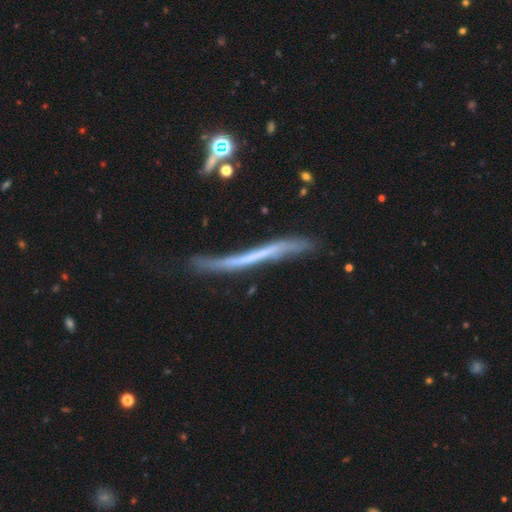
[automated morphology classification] smooth-or-featured: featured or disk: 61% | smooth: 31% | star or artifact: 8%
  disk-edge-on: yes: 82% | no: 18%
  merging: none: 50% | minor disturbance: 29% | major disturbance: 16% | merger: 5%